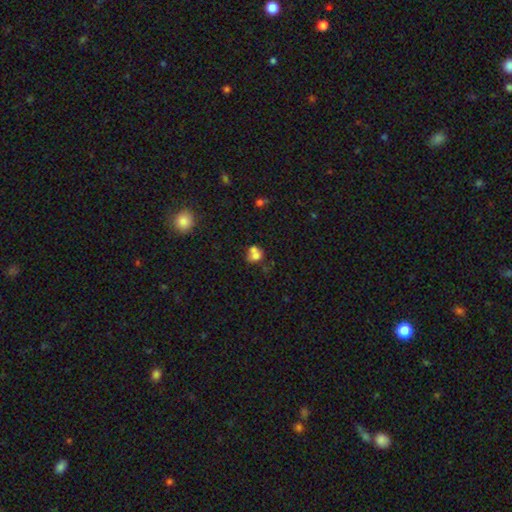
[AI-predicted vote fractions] Smooth or featured? Predicted: smooth (p=0.67). How rounded? Predicted: round (p=0.63). Merging? Predicted: merger (p=0.57).